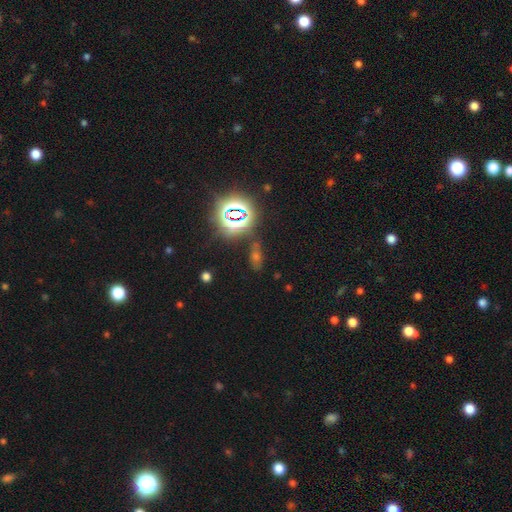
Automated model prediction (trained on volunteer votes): Smooth or featured? Predicted: star or artifact (p=0.58).